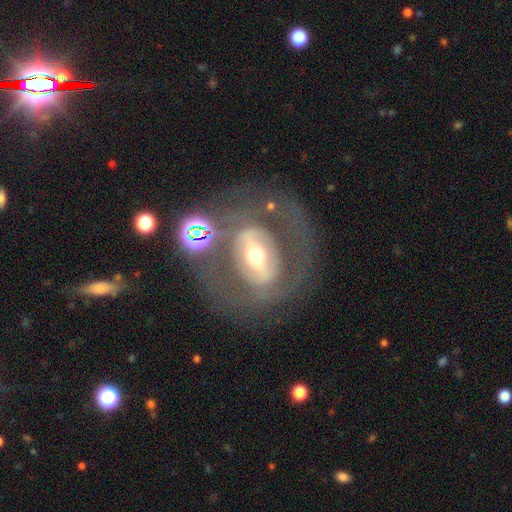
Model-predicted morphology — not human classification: A featured or disk galaxy (74%) with a strong bar (41%), no spiral arms (54%) and a moderate central bulge (59%). Merging: none (64%).